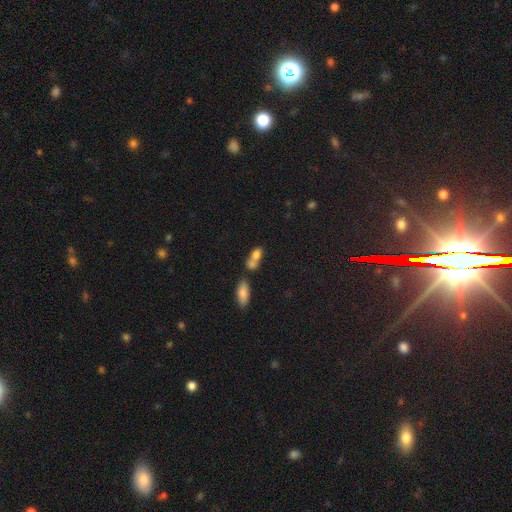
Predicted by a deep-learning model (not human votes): This is likely a smooth galaxy (76%). How rounded: likely in between (70%). Merging: likely merger (63%).